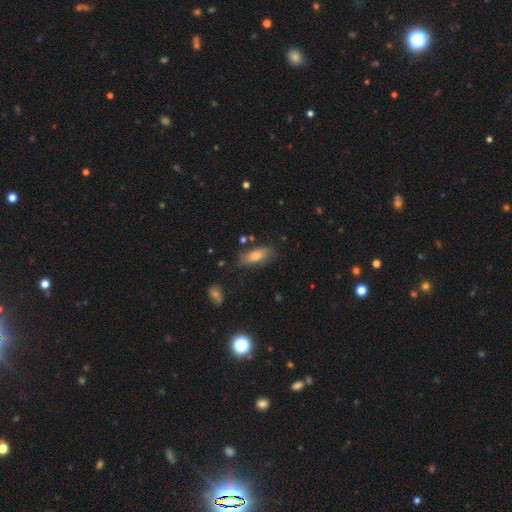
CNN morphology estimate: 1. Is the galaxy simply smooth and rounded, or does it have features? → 69% smooth, 21% featured or disk, 10% star or artifact.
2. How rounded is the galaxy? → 71% in between, 25% cigar-shaped, 3% round.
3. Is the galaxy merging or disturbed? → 74% none, 18% minor disturbance, 4% major disturbance, 4% merger.